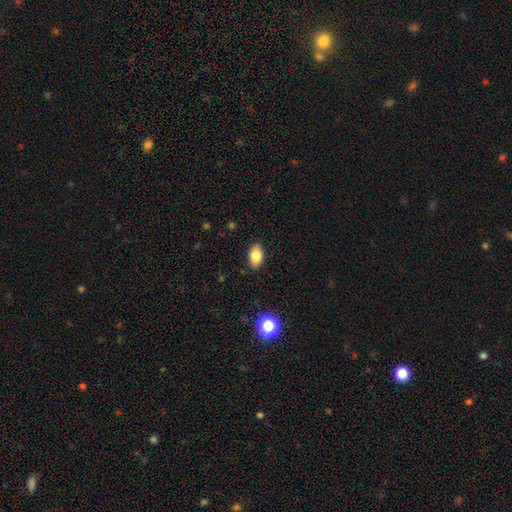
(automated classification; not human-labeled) Smooth or featured? Predicted: smooth (p=0.85). How rounded? Predicted: in between (p=0.91). Merging? Predicted: none (p=0.88).